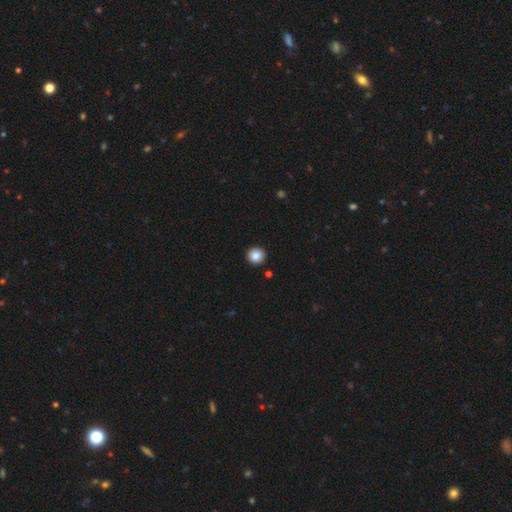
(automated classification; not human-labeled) This appears to be a smooth galaxy with no disk features (87%) that is round (94%). Merging: none (93%).